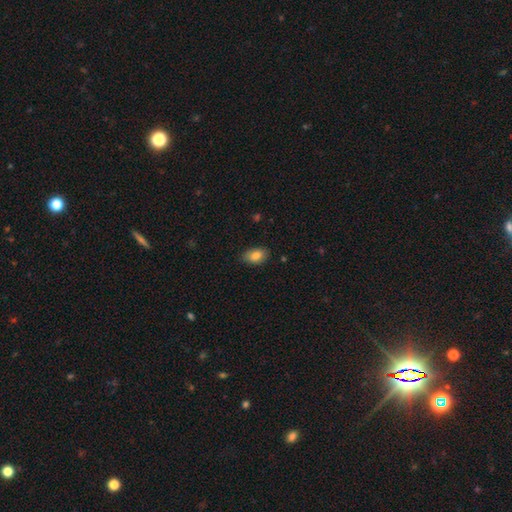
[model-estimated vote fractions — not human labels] smooth_or_featured: smooth (p=0.84) [alt: featured or disk p=0.09]
how_rounded: in between (p=0.89) [alt: round p=0.09]
merging: none (p=0.83) [alt: minor disturbance p=0.14]